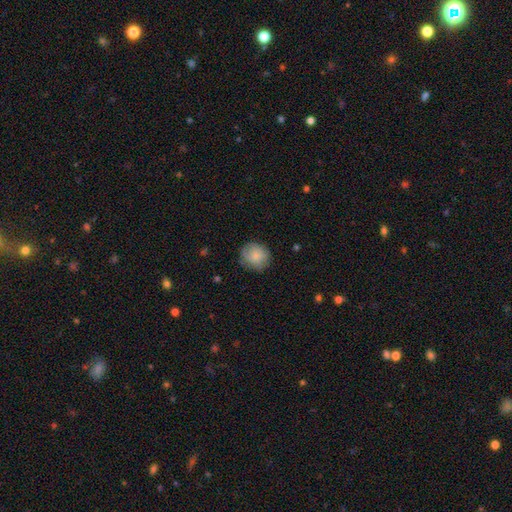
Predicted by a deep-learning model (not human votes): Overall: smooth (83%). How rounded: round (86%). Merging: none (78%).